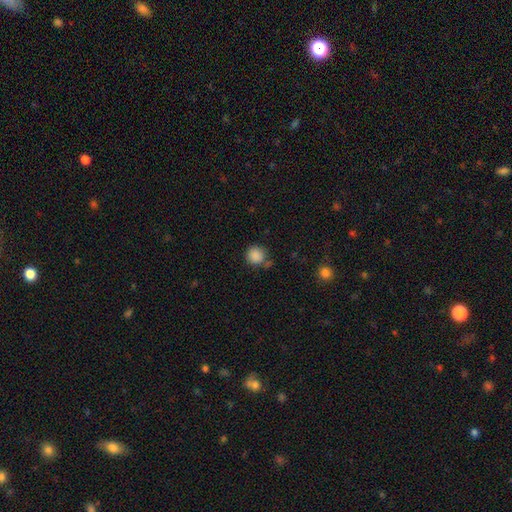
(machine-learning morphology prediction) smooth_or_featured: smooth (p=0.87) [alt: star or artifact p=0.10]
how_rounded: round (p=0.90) [alt: in between p=0.09]
merging: none (p=0.74) [alt: minor disturbance p=0.14]